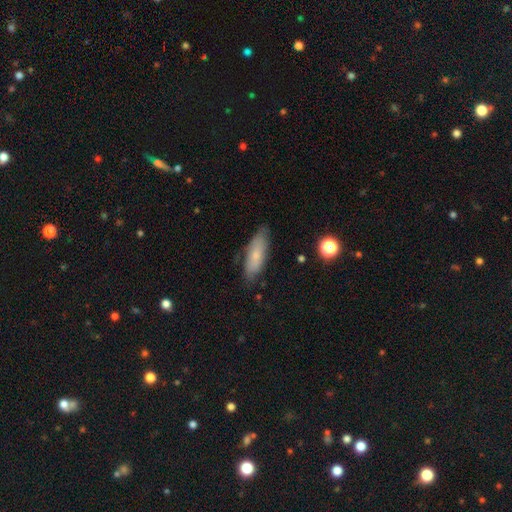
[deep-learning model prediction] Smooth or featured? Predicted: smooth (p=0.69). How rounded? Predicted: in between (p=0.55). Merging? Predicted: none (p=0.76).